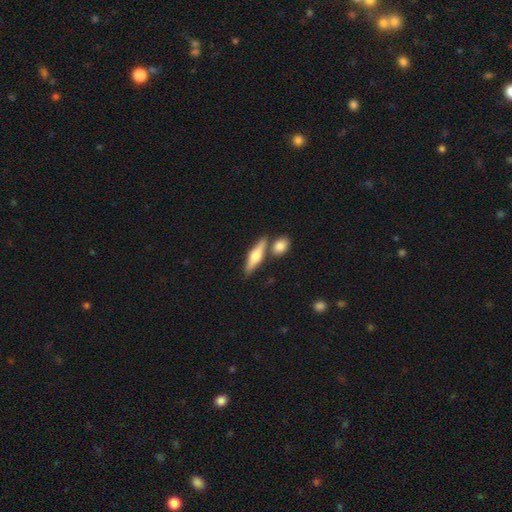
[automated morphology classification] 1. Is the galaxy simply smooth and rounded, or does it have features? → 50% featured or disk, 44% smooth, 6% star or artifact.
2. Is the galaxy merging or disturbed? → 69% none, 18% merger, 10% minor disturbance, 3% major disturbance.